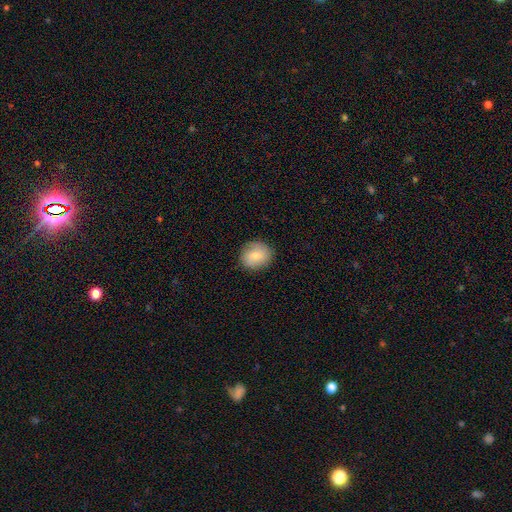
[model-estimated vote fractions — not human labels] smooth 77%, featured or disk 16%, star or artifact 7%. Down the decision tree: how rounded — round (76%); merging — none (87%).